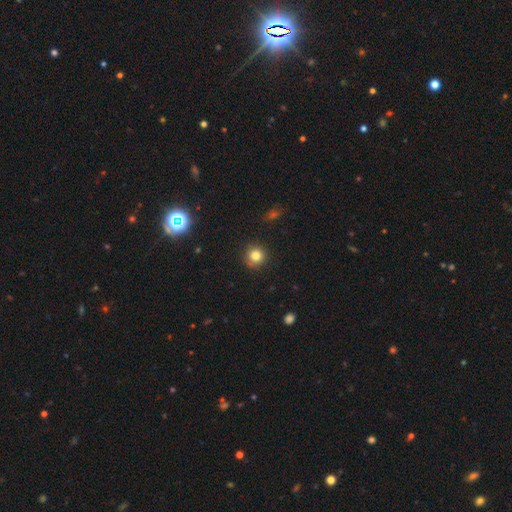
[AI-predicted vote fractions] This appears to be a smooth galaxy with no disk features (80%) that is round (93%). Merging: none (88%).